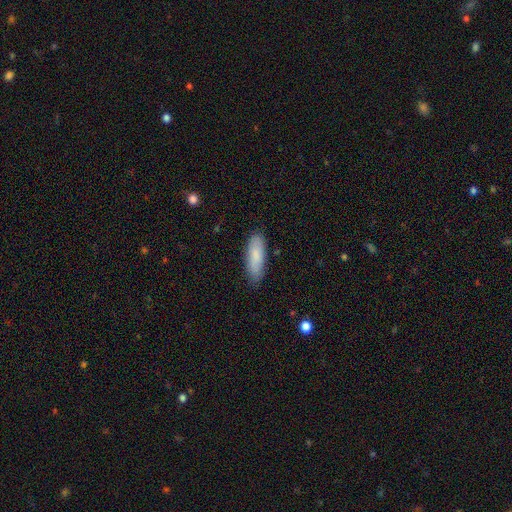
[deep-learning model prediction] smooth 85%, featured or disk 10%, star or artifact 6%. Down the decision tree: how rounded — in between (55%); merging — none (81%).